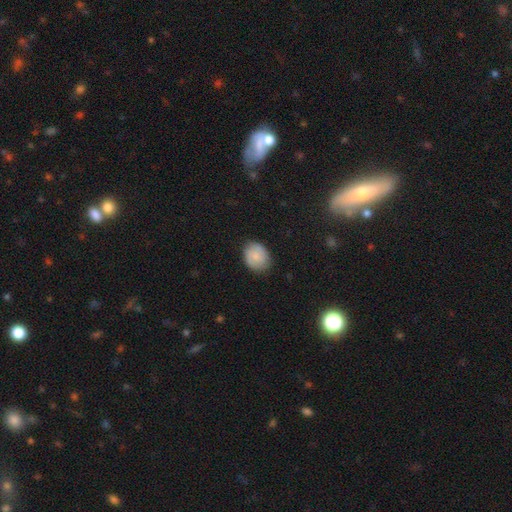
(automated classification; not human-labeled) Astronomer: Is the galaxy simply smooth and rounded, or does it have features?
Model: smooth — 73%.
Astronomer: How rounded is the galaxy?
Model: round — 55% (runner-up: in between, 44%).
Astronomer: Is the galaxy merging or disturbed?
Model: none — 81%.